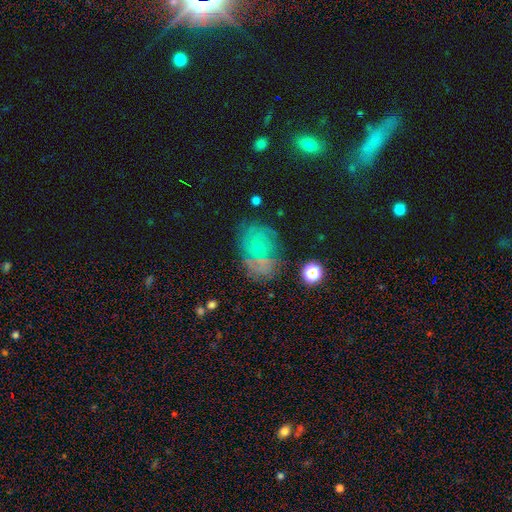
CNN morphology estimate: smooth-or-featured: featured or disk: 44% | smooth: 30% | star or artifact: 26%
  merging: none: 66% | minor disturbance: 17% | merger: 10% | major disturbance: 8%